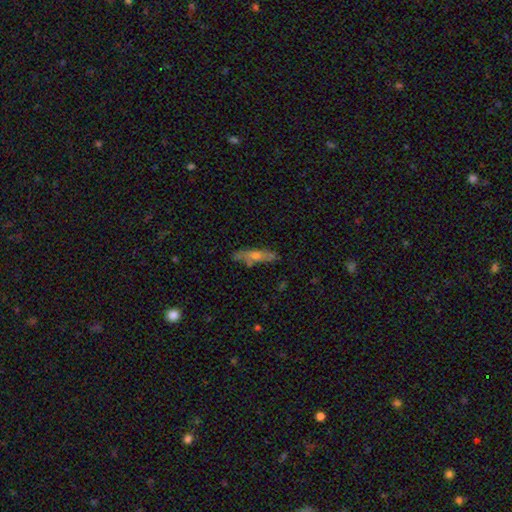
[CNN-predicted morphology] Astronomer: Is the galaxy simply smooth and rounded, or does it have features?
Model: smooth — 49% (runner-up: featured or disk, 43%).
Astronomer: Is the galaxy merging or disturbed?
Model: none — 70%.